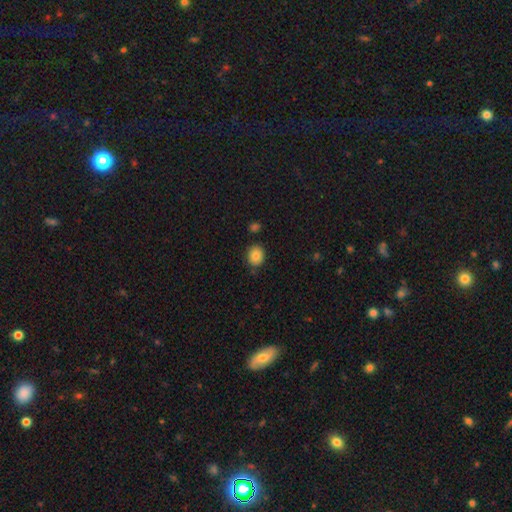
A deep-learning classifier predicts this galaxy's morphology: Smooth or featured: smooth — 84% (star or artifact — 9%)
How rounded: round — 63% (in between — 36%)
Merging: none — 82% (minor disturbance — 12%)